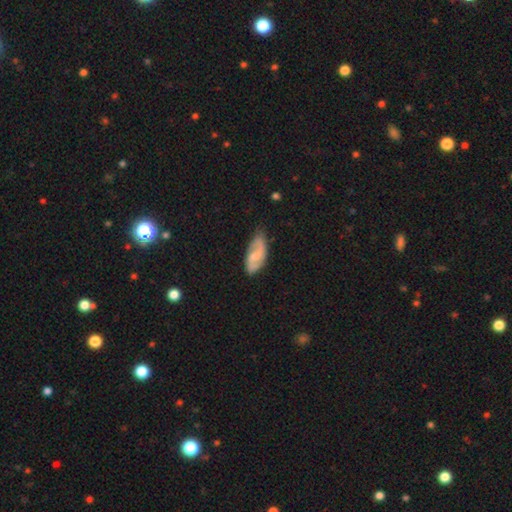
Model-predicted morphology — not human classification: This is possibly a featured or disk galaxy (57%). It is clearly not viewed edge-on (94%). Bar: possibly weak (48%). Spiral arm pattern: clearly yes (88%). Central bulge: marginally none (41%). Merging: possibly none (59%).